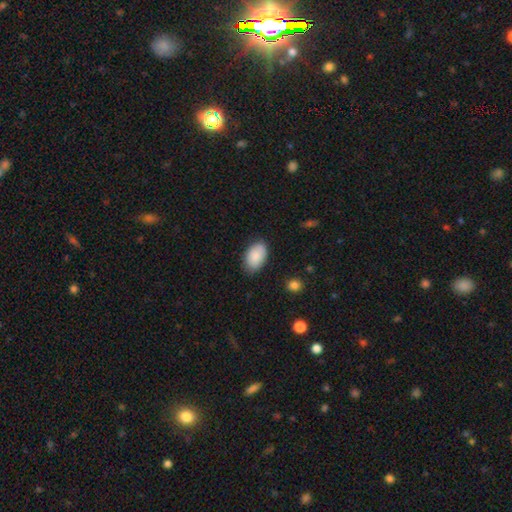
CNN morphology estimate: A smooth galaxy with no disk features (88%) that is in between round and cigar-shaped (92%). Merging: none (81%).